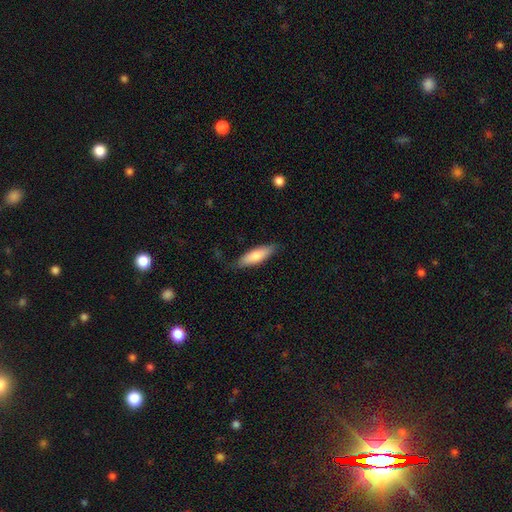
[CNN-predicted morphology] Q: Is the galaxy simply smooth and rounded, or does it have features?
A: smooth — 74%.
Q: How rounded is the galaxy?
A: in between — 51%.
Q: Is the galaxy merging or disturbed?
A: none — 79%.